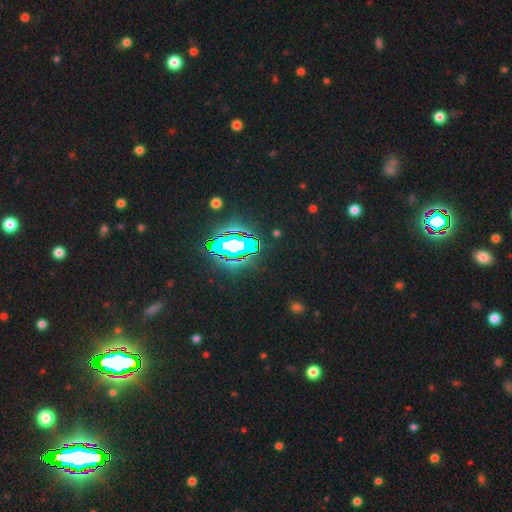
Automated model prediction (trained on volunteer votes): Smooth or featured? star or artifact (82%)